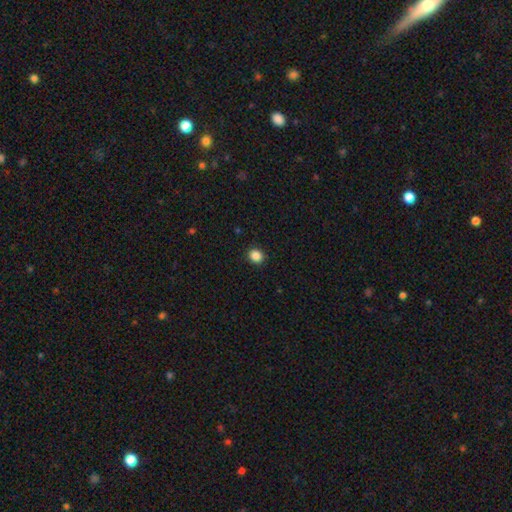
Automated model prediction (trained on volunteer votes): smooth_or_featured: smooth (p=0.87) [alt: star or artifact p=0.10]
how_rounded: round (p=0.75) [alt: in between p=0.24]
merging: none (p=0.91) [alt: minor disturbance p=0.06]